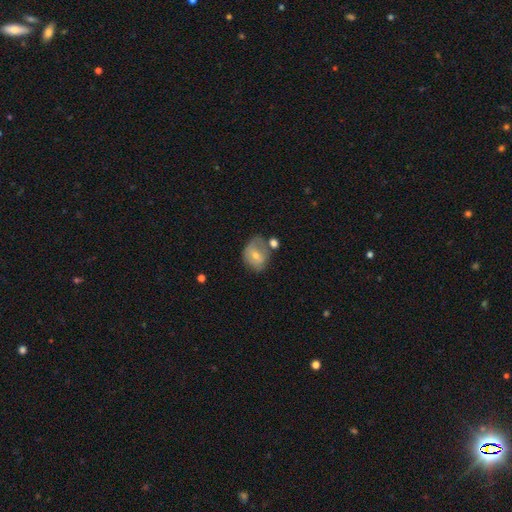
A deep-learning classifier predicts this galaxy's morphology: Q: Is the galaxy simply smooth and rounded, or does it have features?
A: smooth — 52%.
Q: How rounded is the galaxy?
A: in between — 51%.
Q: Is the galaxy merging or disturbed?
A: none — 41%.